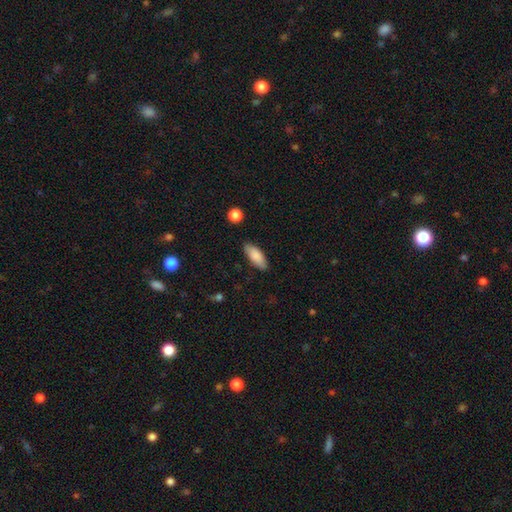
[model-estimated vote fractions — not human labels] Smooth or featured: smooth — 85% (featured or disk — 9%)
How rounded: in between — 74% (cigar-shaped — 24%)
Merging: none — 85% (minor disturbance — 11%)